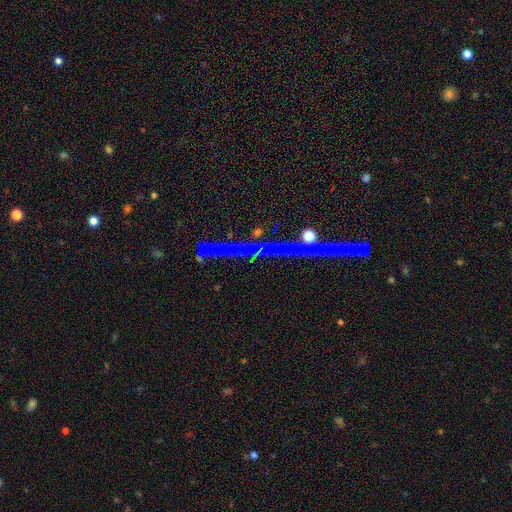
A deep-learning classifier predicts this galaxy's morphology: smooth_or_featured: star or artifact (p=0.76) [alt: featured or disk p=0.15]